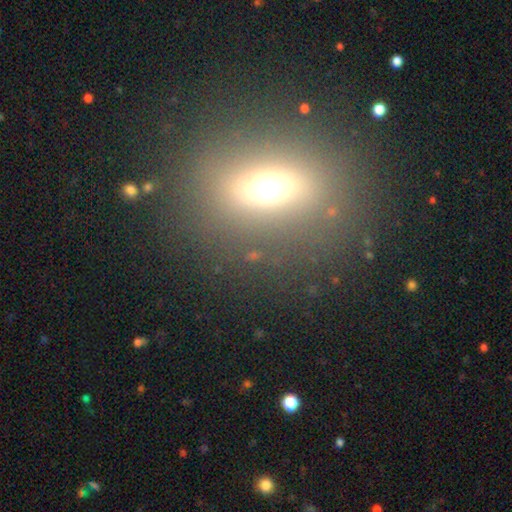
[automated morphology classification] Q: Smooth or featured?
A: smooth (57%); runner-up: star or artifact (24%)
Q: How rounded?
A: in between (56%); runner-up: round (38%)
Q: Merging?
A: none (81%); runner-up: minor disturbance (9%)